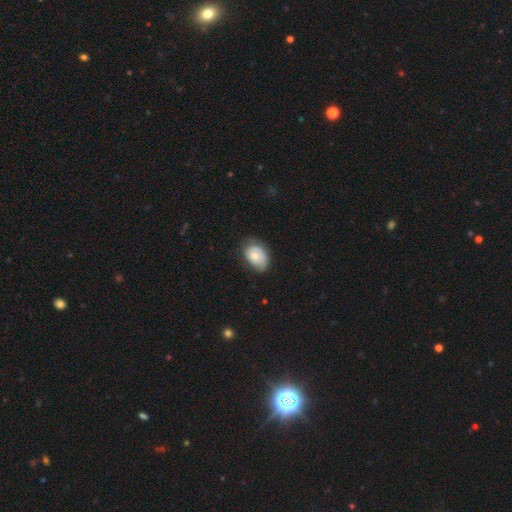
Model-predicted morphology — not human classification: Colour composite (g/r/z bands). It shows a smooth galaxy with no disk features (64%) that is in between round and cigar-shaped (80%). Merging: none (59%).